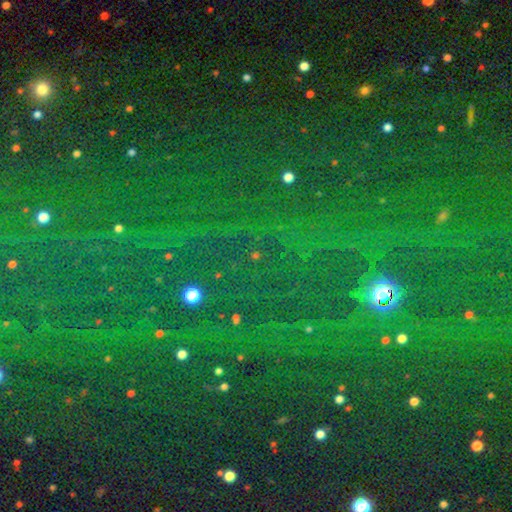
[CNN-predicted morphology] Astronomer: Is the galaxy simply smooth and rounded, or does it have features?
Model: star or artifact — 79%.